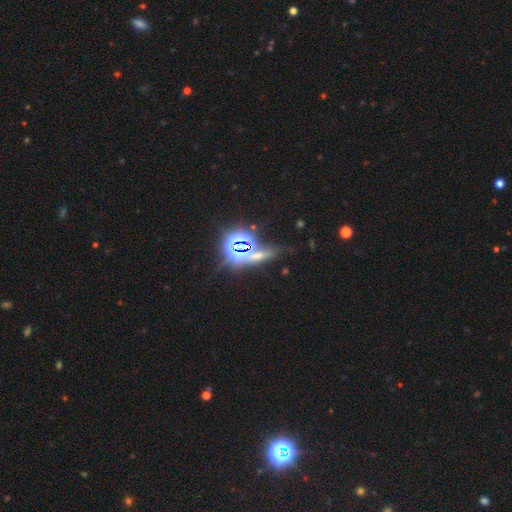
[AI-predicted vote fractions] This appears to be a star or artifact, not a galaxy (70%).